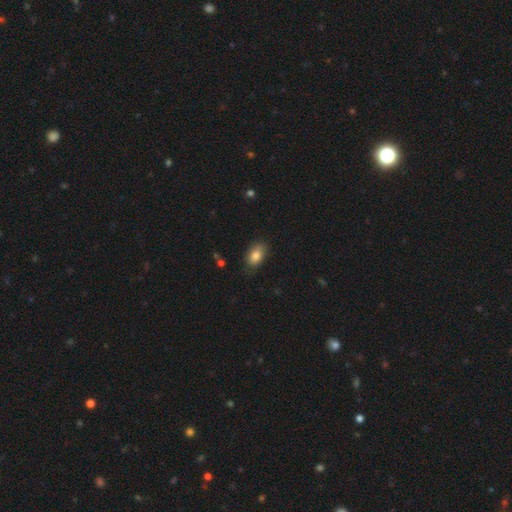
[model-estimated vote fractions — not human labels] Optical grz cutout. It shows a smooth galaxy with no disk features (83%) that is in between round and cigar-shaped (89%). Merging: none (77%).